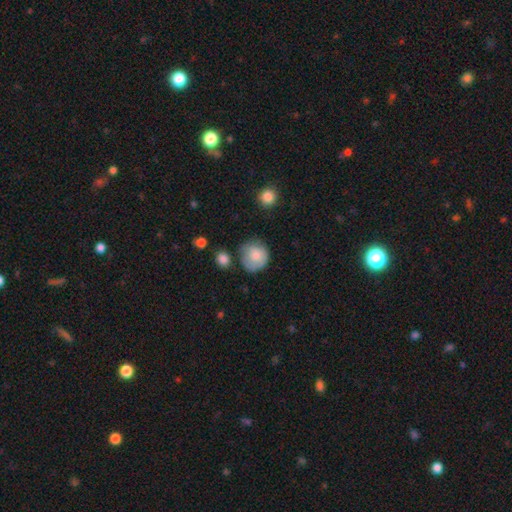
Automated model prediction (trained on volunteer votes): smooth_or_featured: smooth (p=0.78) [alt: featured or disk p=0.14]
how_rounded: round (p=0.86) [alt: in between p=0.13]
merging: none (p=0.56) [alt: minor disturbance p=0.28]